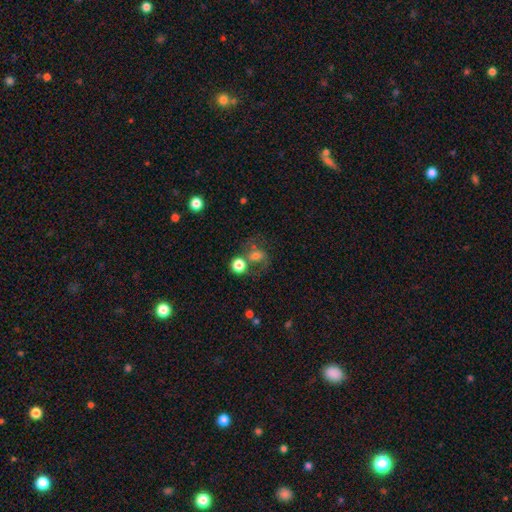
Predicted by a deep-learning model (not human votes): Morphology: type=smooth (48%); merging=none (47%).